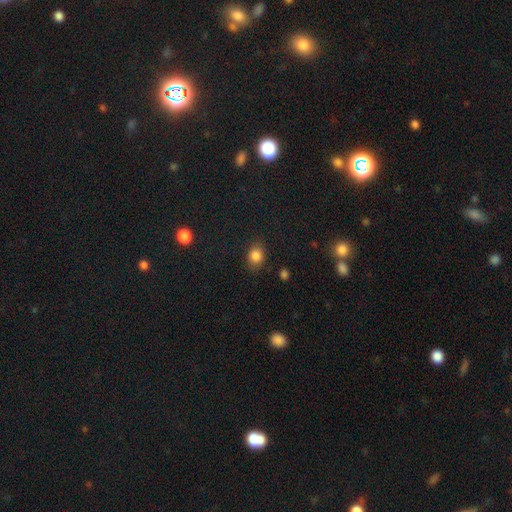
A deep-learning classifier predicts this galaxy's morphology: Q: Smooth or featured?
A: smooth (84%); runner-up: star or artifact (11%)
Q: How rounded?
A: in between (53%); runner-up: round (45%)
Q: Merging?
A: none (81%); runner-up: minor disturbance (13%)